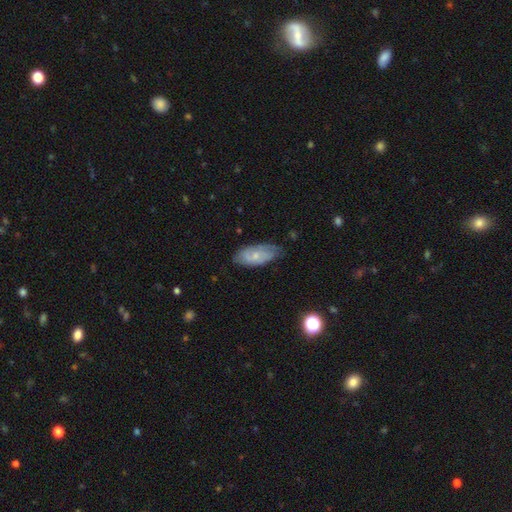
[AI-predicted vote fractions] A smooth galaxy with no disk features (49%). Merging: none (65%).